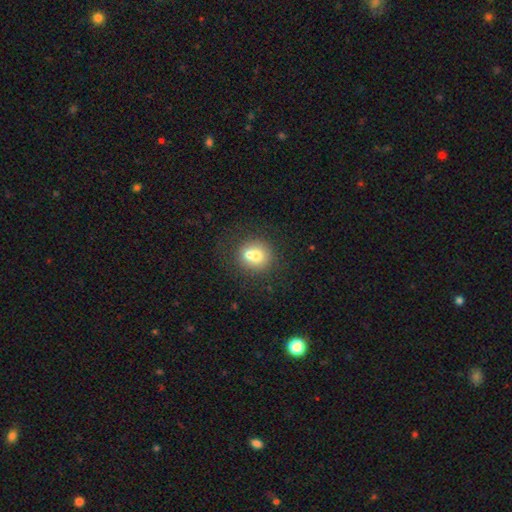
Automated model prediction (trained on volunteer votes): The model was most divided on "merging": none: 48%, merger: 40%, minor disturbance: 8%, major disturbance: 4%. More confident: how rounded — round (86%); smooth or featured — smooth (67%).